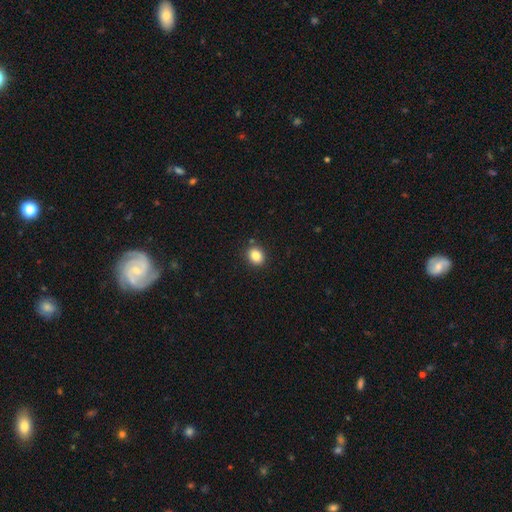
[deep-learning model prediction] A smooth galaxy with no disk features (85%) that is round (64%). Merging: none (87%).